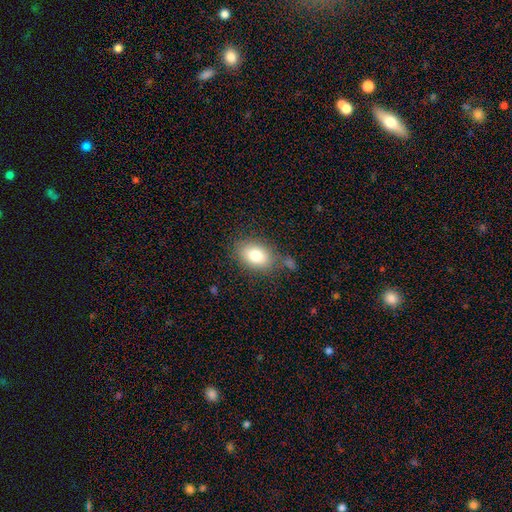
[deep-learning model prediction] Smooth or featured? smooth (79%)
How rounded? in between (80%)
Merging? none (71%)